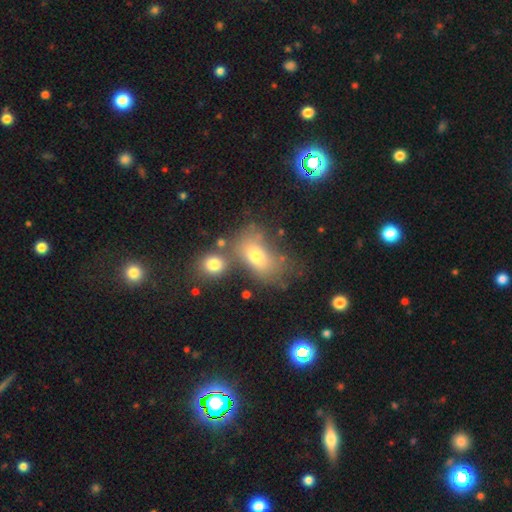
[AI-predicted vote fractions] This is likely a smooth galaxy (65%). How rounded: likely in between (79%). Merging: marginally none (39%).